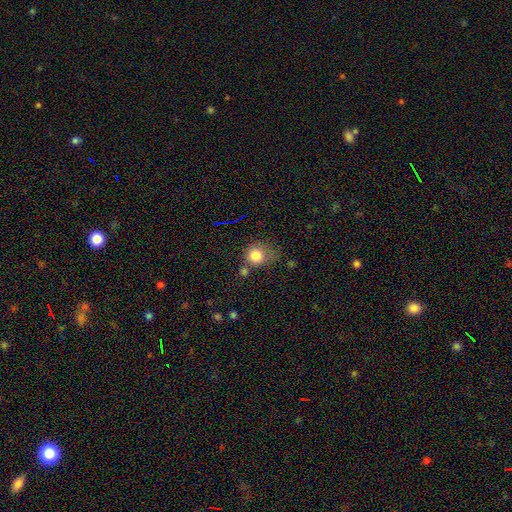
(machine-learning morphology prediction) A smooth galaxy with no disk features (80%) that is round (77%).

Vote fractions:
- Smooth or featured? smooth: 80% / star or artifact: 11% / featured or disk: 9%
- How rounded? round: 77% / in between: 22% / cigar-shaped: 1%
- Merging? none: 45% / minor disturbance: 26% / merger: 15% / major disturbance: 14%